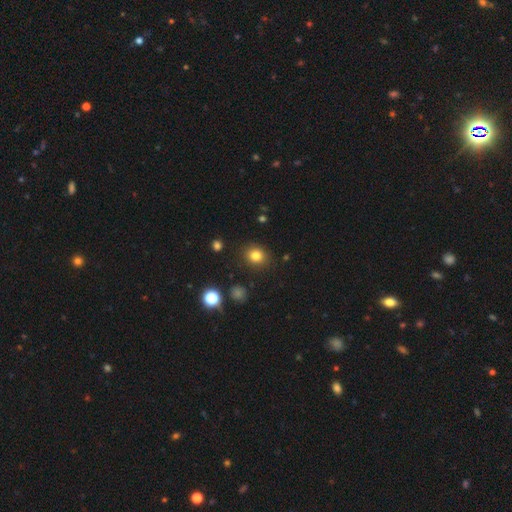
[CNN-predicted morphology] type=smooth (81%); roundness=round (67%); merging=none (86%).